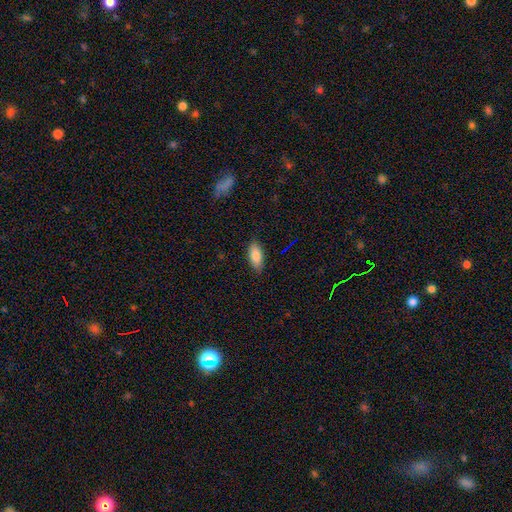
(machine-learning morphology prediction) Q: Smooth or featured?
A: smooth (83%); runner-up: featured or disk (10%)
Q: How rounded?
A: in between (85%); runner-up: cigar-shaped (13%)
Q: Merging?
A: none (86%); runner-up: minor disturbance (11%)